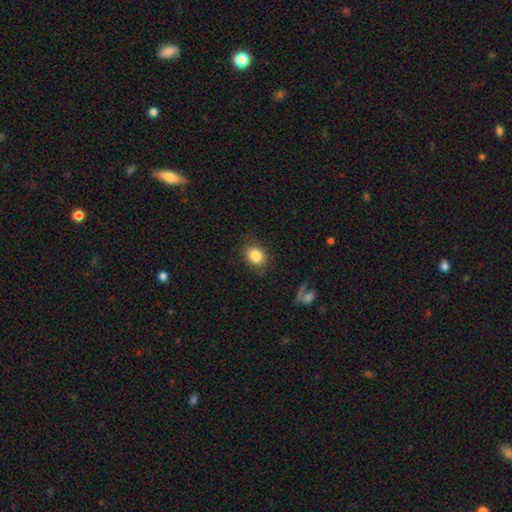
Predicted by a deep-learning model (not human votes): This appears to be a smooth galaxy with no disk features (83%) that is in between round and cigar-shaped (53%). Merging: none (80%).